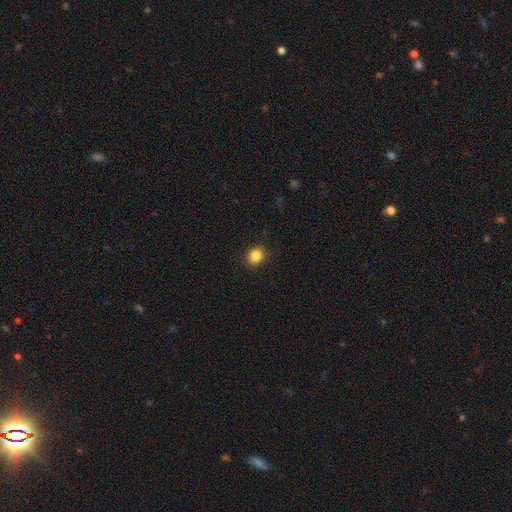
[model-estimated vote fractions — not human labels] Smooth or featured: smooth — 85% (star or artifact — 10%)
How rounded: round — 77% (in between — 23%)
Merging: none — 91% (minor disturbance — 6%)